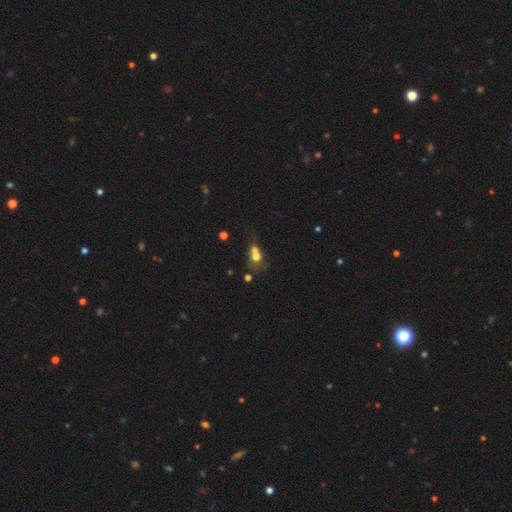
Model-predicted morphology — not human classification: Smooth or featured? smooth (65%)
How rounded? round (63%)
Merging? merger (61%)